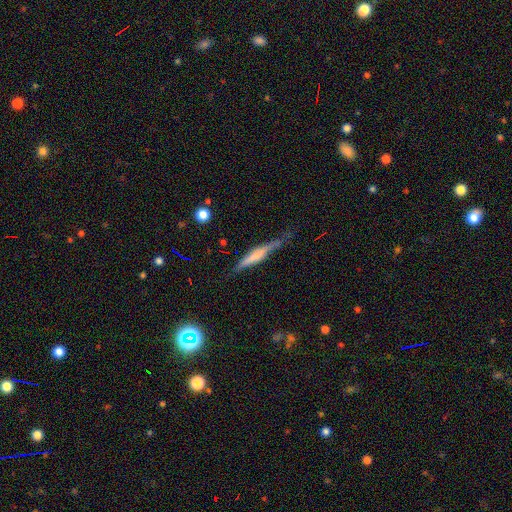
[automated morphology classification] A featured or disk galaxy (50%) viewed edge-on (95%).

Vote fractions:
- Smooth or featured? featured or disk: 50% / smooth: 43% / star or artifact: 6%
- Edge-on disk? yes: 95% / no: 5%
- Merging? none: 65% / minor disturbance: 24% / major disturbance: 8% / merger: 3%